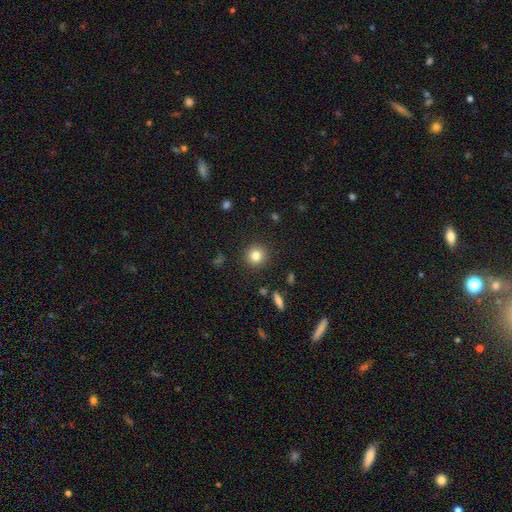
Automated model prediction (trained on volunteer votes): smooth_or_featured: smooth (p=0.82) [alt: star or artifact p=0.11]
how_rounded: round (p=0.93) [alt: in between p=0.06]
merging: none (p=0.90) [alt: minor disturbance p=0.06]